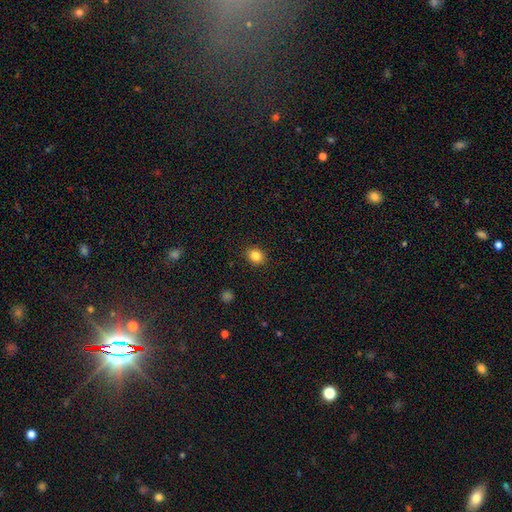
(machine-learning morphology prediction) The model was most divided on "how rounded": round: 61%, in between: 38%, cigar-shaped: 1%. More confident: merging — none (89%); smooth or featured — smooth (84%).